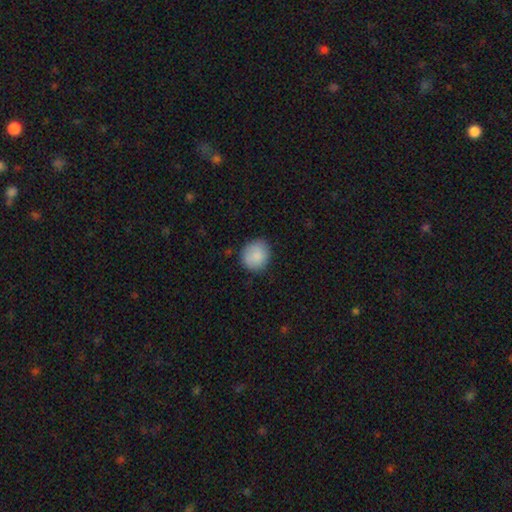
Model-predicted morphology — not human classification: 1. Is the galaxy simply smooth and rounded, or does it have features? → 87% smooth, 7% star or artifact, 5% featured or disk.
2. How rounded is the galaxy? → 84% round, 15% in between, 1% cigar-shaped.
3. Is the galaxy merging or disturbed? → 82% none, 13% minor disturbance, 3% major disturbance, 1% merger.